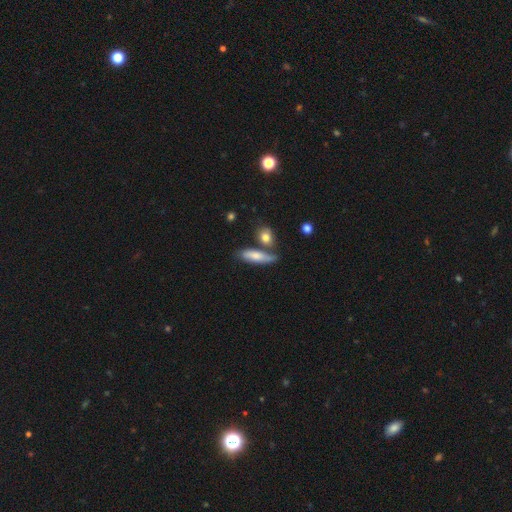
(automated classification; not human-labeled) Overall: smooth (71%). How rounded: cigar-shaped (56%; in between 41%). Merging: none (57%; merger 19%).